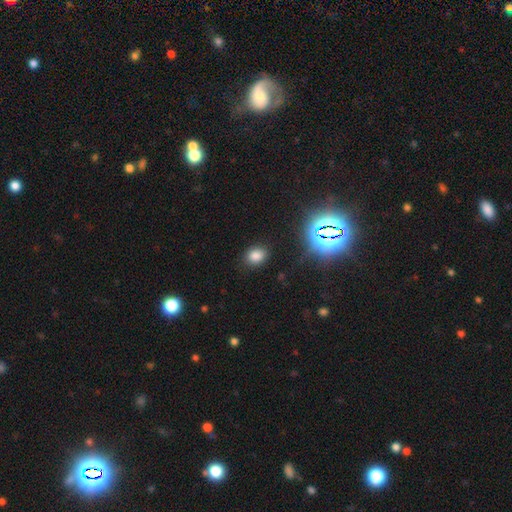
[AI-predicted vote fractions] Overall: smooth (78%). How rounded: in between (57%; round 42%). Merging: none (85%).